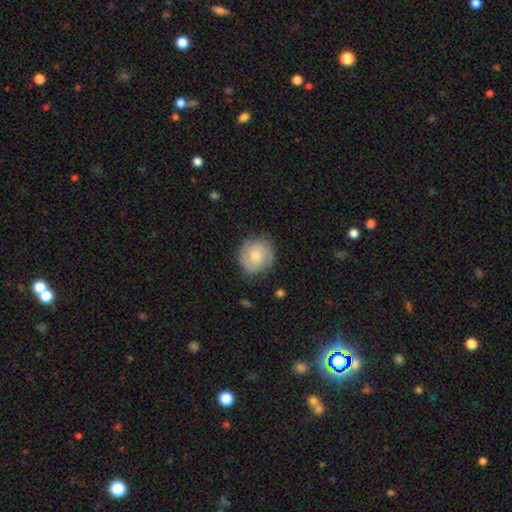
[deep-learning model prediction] Smooth or featured? Predicted: featured or disk (p=0.51). Edge-on disk? Predicted: no (p=0.98). Merging? Predicted: none (p=0.81).